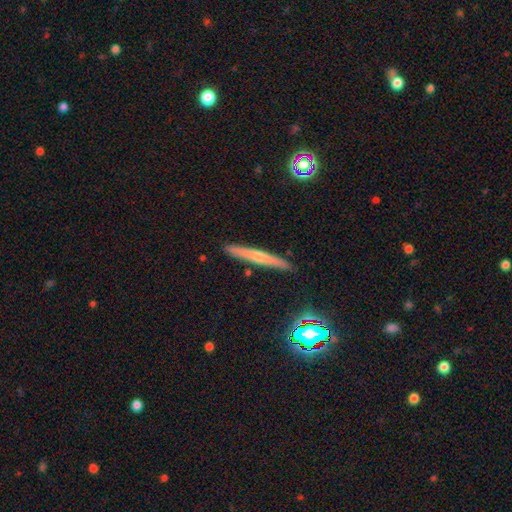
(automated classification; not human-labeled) featured or disk 46%, smooth 45%, star or artifact 9%. Down the decision tree: merging — none (91%).